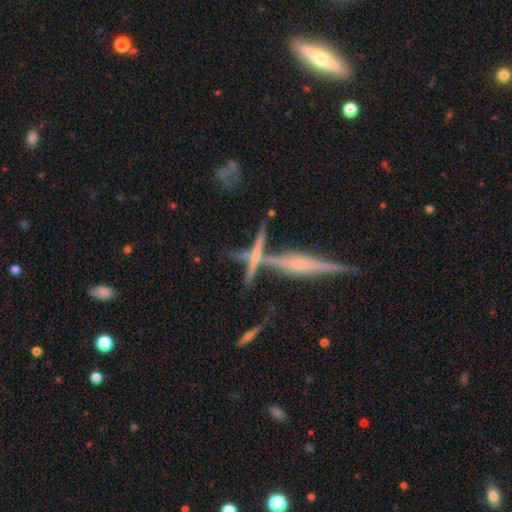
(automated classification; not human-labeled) The model was most divided on "edge-on bulge": rounded: 57%, none: 30%, boxy: 13%. More confident: edge-on disk — yes (93%); smooth or featured — featured or disk (65%); merging — none (63%).